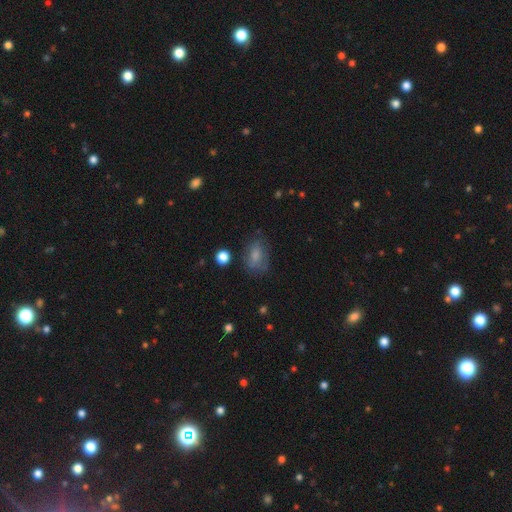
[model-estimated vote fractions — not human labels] Morphology: type=smooth (70%); roundness=in between (81%); merging=none (60%).